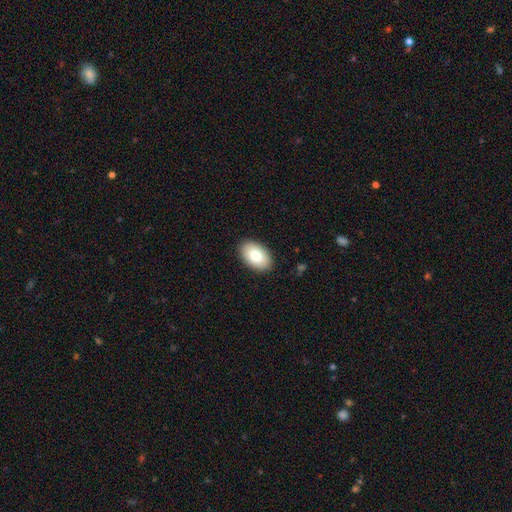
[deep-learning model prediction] This is clearly a smooth galaxy (82%). How rounded: clearly in between (93%). Merging: clearly none (89%).